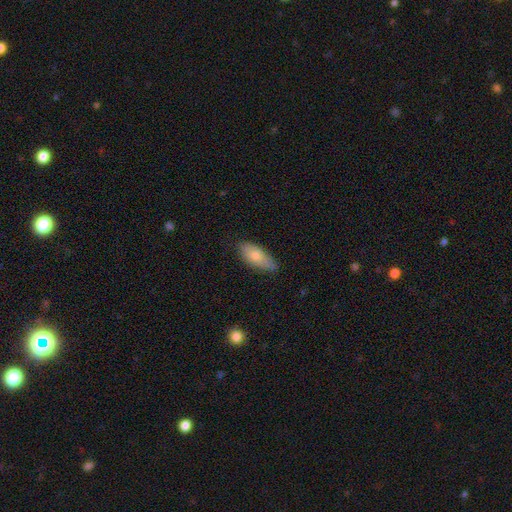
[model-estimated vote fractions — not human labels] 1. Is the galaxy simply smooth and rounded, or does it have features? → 78% smooth, 16% featured or disk, 6% star or artifact.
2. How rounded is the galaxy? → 85% in between, 12% cigar-shaped, 2% round.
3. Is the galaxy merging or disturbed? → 72% none, 23% minor disturbance, 4% major disturbance, 1% merger.